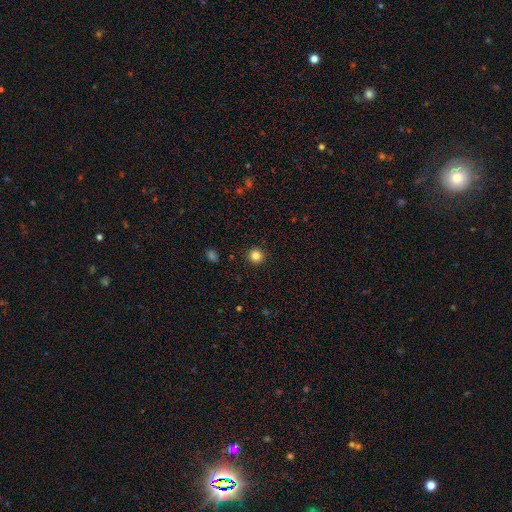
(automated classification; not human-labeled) smooth_or_featured: smooth (p=0.83) [alt: star or artifact p=0.12]
how_rounded: round (p=0.95) [alt: in between p=0.04]
merging: none (p=0.93) [alt: minor disturbance p=0.05]